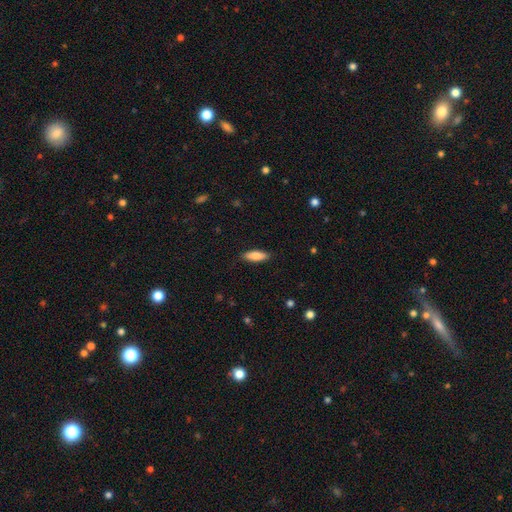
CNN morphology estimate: Overall: smooth (86%). How rounded: in between (58%; cigar-shaped 40%). Merging: none (87%).